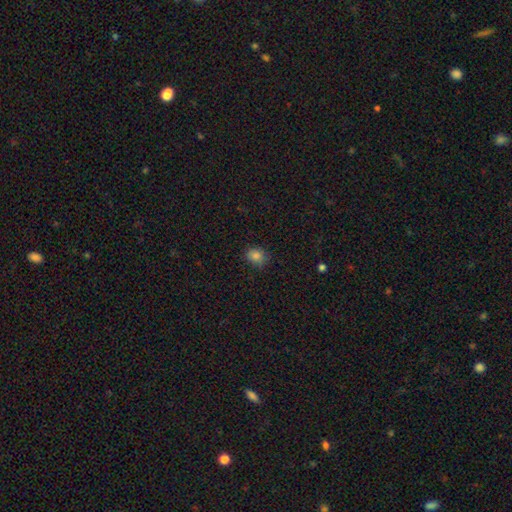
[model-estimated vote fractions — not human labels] Smooth or featured? smooth (83%)
How rounded? round (59%)
Merging? none (81%)